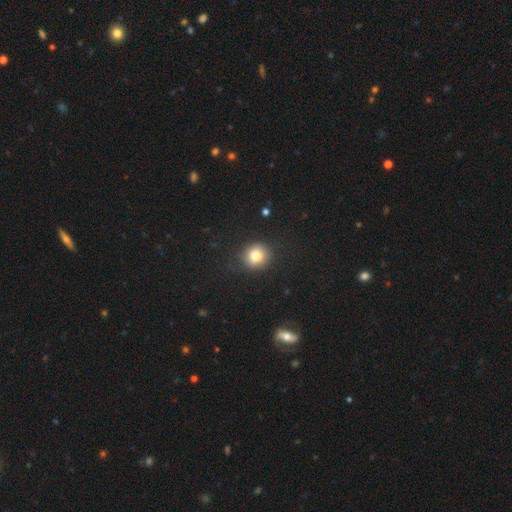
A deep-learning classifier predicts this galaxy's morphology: This appears to be a smooth galaxy with no disk features (81%) that is round (88%). Merging: none (87%).